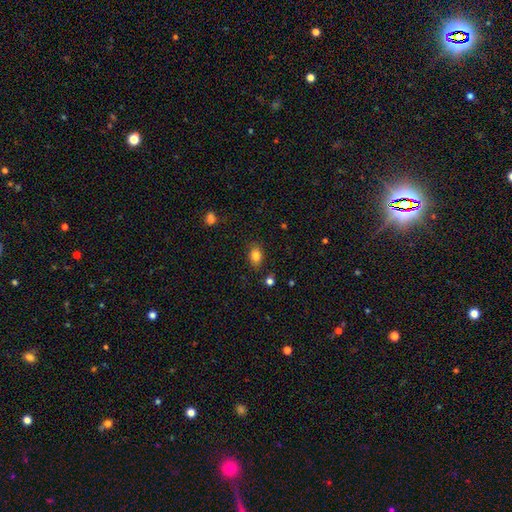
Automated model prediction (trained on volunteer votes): smooth 83%, star or artifact 10%, featured or disk 7%. Down the decision tree: how rounded — in between (76%); merging — none (84%).